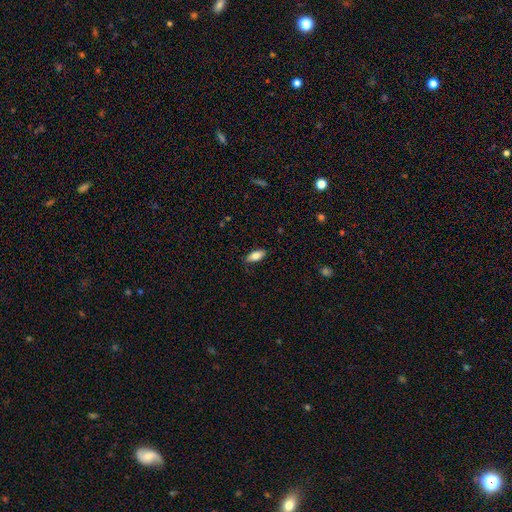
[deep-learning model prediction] Q: Smooth or featured?
A: smooth (79%); runner-up: featured or disk (14%)
Q: How rounded?
A: in between (85%); runner-up: cigar-shaped (12%)
Q: Merging?
A: none (85%); runner-up: minor disturbance (12%)